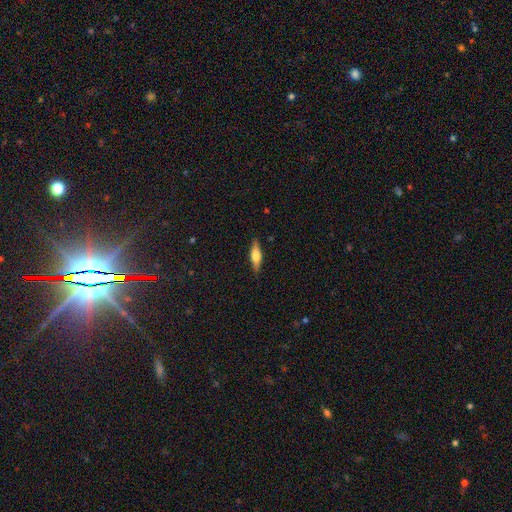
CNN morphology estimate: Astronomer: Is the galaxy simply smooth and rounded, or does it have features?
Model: featured or disk — 48% (runner-up: smooth, 46%).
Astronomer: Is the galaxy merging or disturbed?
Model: none — 88%.